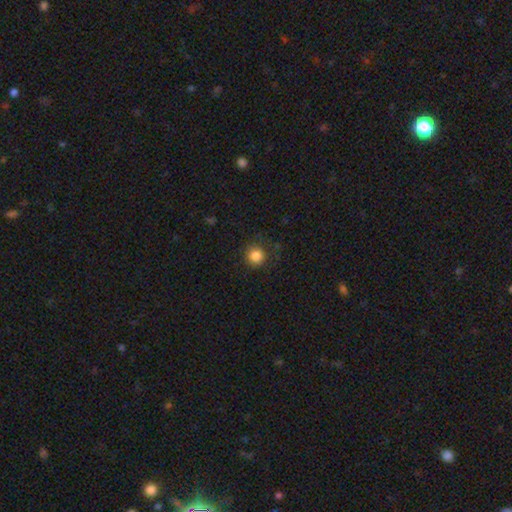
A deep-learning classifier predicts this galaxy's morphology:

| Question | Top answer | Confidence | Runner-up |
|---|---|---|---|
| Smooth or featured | smooth | 85% | star or artifact (11%) |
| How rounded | round | 94% | in between (5%) |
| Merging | none | 87% | minor disturbance (9%) |